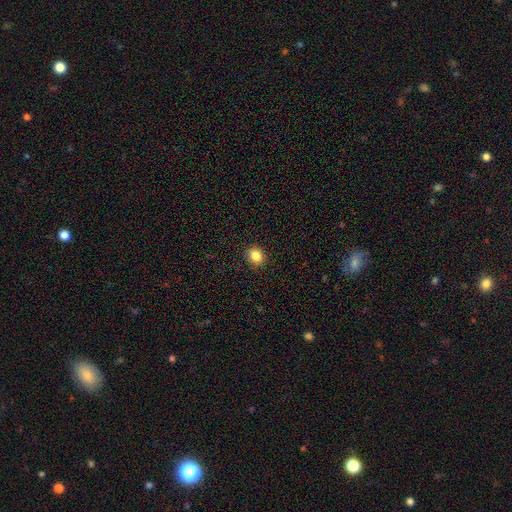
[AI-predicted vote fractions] smooth_or_featured: smooth (p=0.86) [alt: star or artifact p=0.10]
how_rounded: round (p=0.66) [alt: in between p=0.33]
merging: none (p=0.91) [alt: minor disturbance p=0.06]